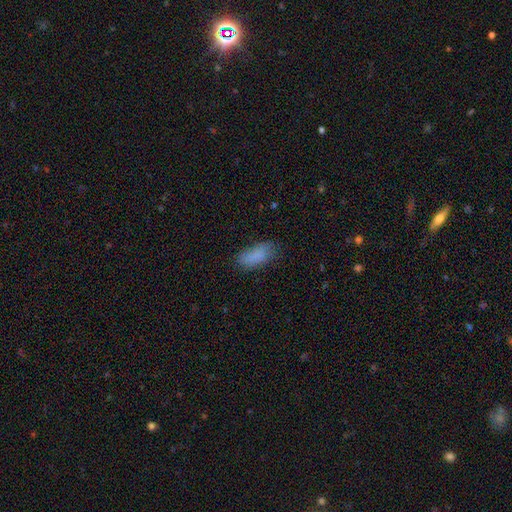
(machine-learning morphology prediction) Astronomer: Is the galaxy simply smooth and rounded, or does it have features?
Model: smooth — 84%.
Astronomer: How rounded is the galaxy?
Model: in between — 84%.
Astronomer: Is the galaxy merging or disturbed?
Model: none — 72%.